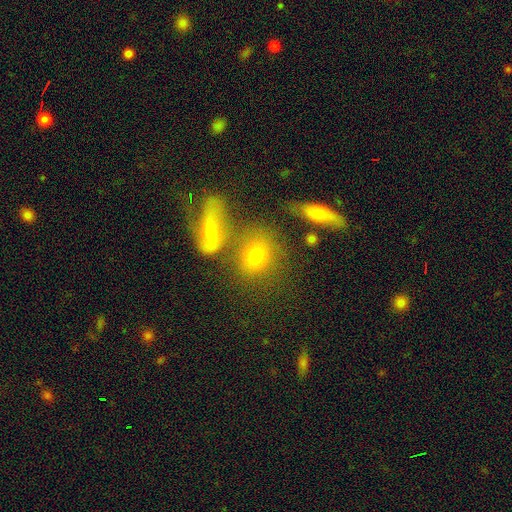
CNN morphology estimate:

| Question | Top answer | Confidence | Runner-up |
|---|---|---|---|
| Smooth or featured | smooth | 69% | featured or disk (18%) |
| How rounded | round | 63% | in between (33%) |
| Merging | none | 50% | merger (31%) |